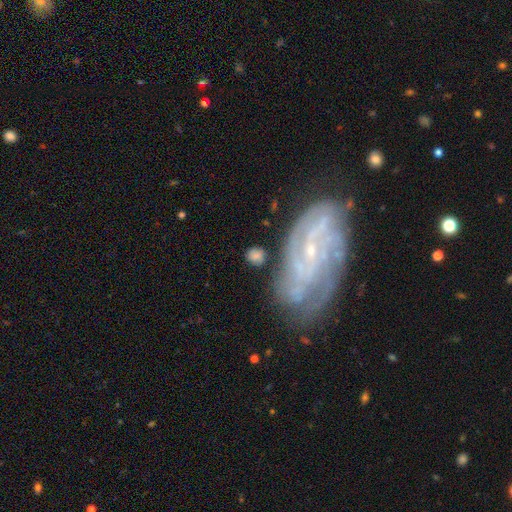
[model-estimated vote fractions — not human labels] Smooth or featured?
  - smooth: 64% *
  - featured or disk: 27%
  - star or artifact: 9%
How rounded?
  - round: 65% *
  - in between: 32%
  - cigar-shaped: 3%
Merging?
  - none: 73% *
  - minor disturbance: 15%
  - major disturbance: 7%
  - merger: 6%